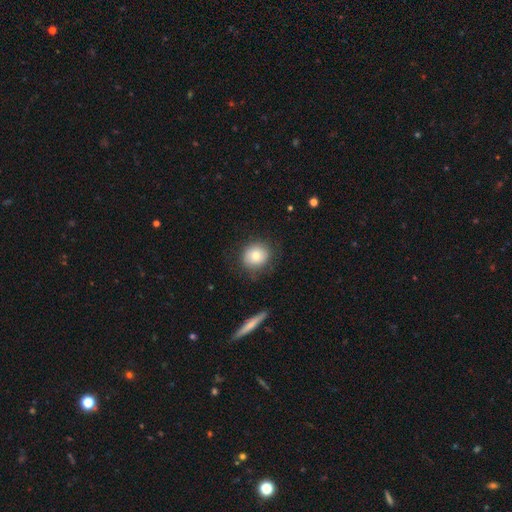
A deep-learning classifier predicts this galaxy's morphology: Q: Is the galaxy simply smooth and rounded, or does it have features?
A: smooth — 78%.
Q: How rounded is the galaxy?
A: round — 83%.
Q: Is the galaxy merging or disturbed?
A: none — 80%.